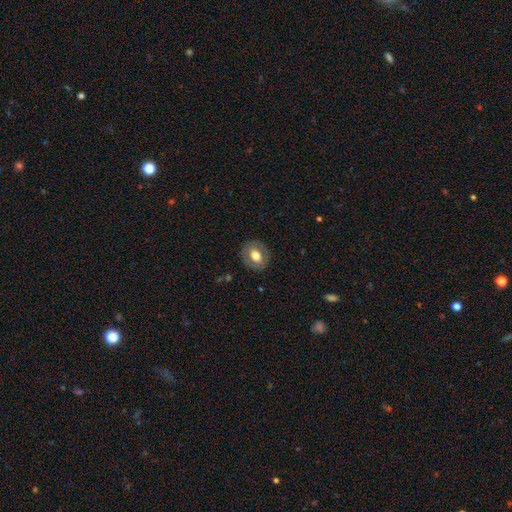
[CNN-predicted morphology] smooth 63%, featured or disk 29%, star or artifact 7%. Down the decision tree: how rounded — round (68%); merging — none (86%).